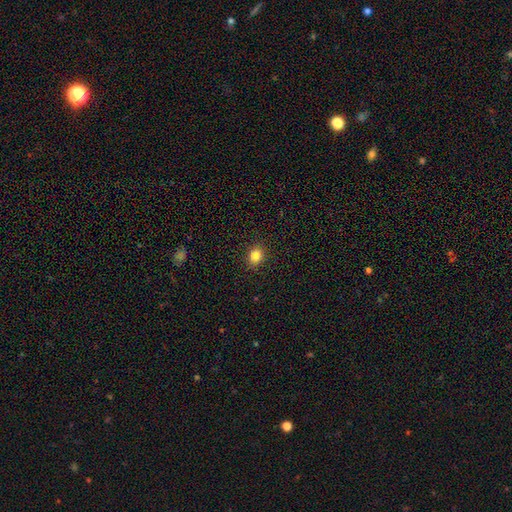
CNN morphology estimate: Smooth or featured? Predicted: smooth (p=0.83). How rounded? Predicted: round (p=0.57). Merging? Predicted: none (p=0.90).